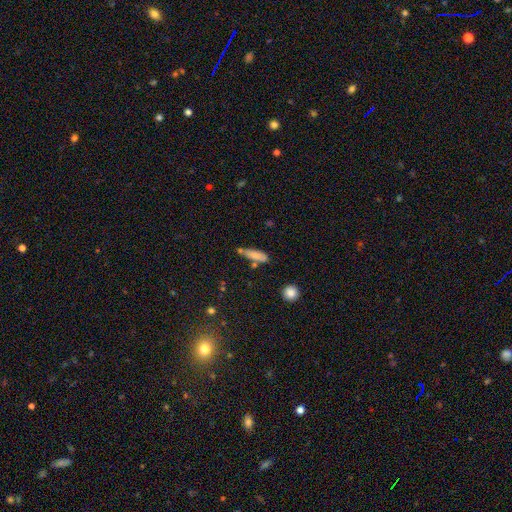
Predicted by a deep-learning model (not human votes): smooth 78%, featured or disk 14%, star or artifact 8%. Down the decision tree: how rounded — cigar-shaped (57%); merging — none (60%).